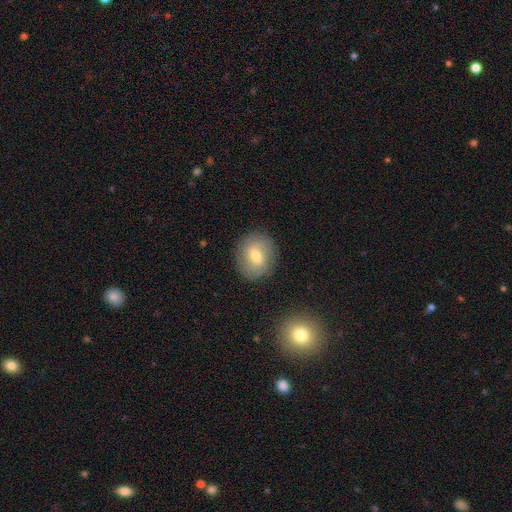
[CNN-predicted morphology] smooth_or_featured: smooth (p=0.51) [alt: featured or disk p=0.40]
how_rounded: round (p=0.70) [alt: in between p=0.29]
merging: none (p=0.84) [alt: minor disturbance p=0.11]